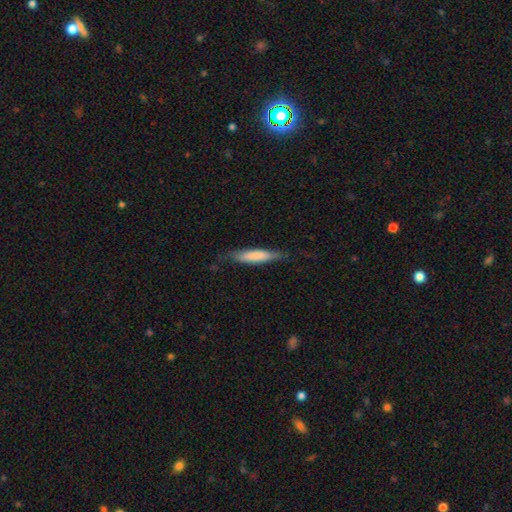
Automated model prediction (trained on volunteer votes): Q: Smooth or featured?
A: smooth (71%); runner-up: featured or disk (24%)
Q: How rounded?
A: cigar-shaped (83%); runner-up: in between (15%)
Q: Merging?
A: none (74%); runner-up: minor disturbance (20%)